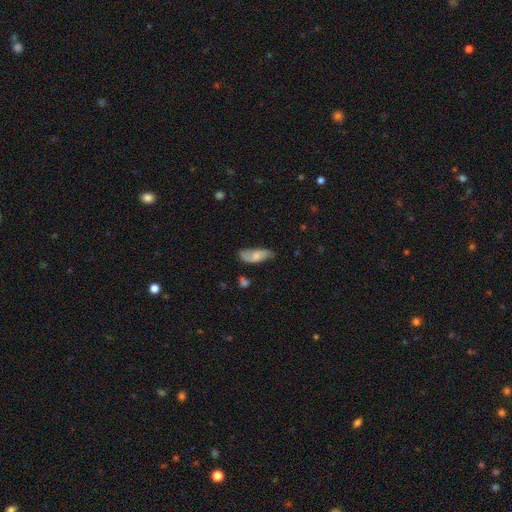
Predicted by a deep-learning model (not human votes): This is possibly a smooth galaxy (53%). How rounded: likely in between (76%). Merging: likely none (69%).